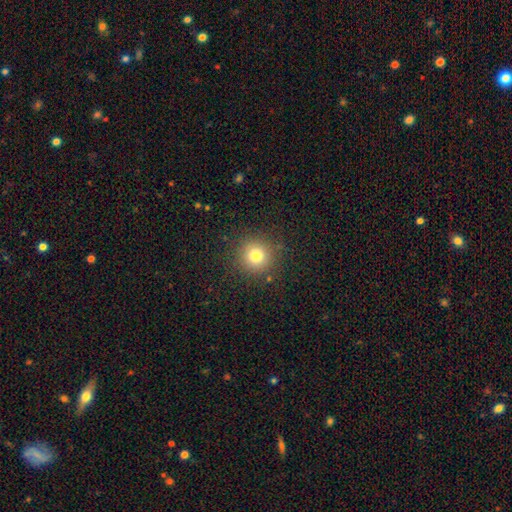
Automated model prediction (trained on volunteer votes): smooth 78%, star or artifact 14%, featured or disk 8%. Down the decision tree: how rounded — round (94%); merging — none (88%).